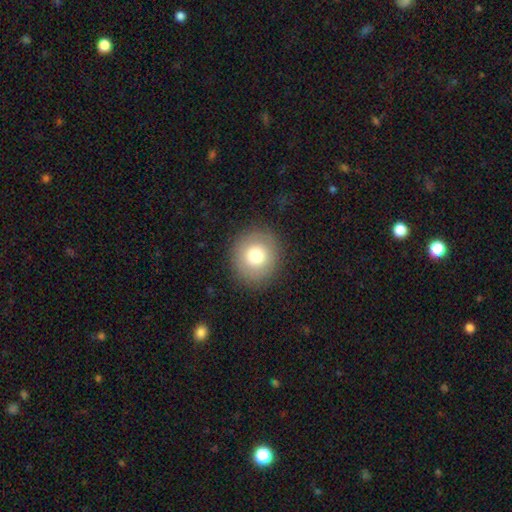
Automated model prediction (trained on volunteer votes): This appears to be a smooth galaxy with no disk features (75%) that is round (91%). Merging: none (88%).